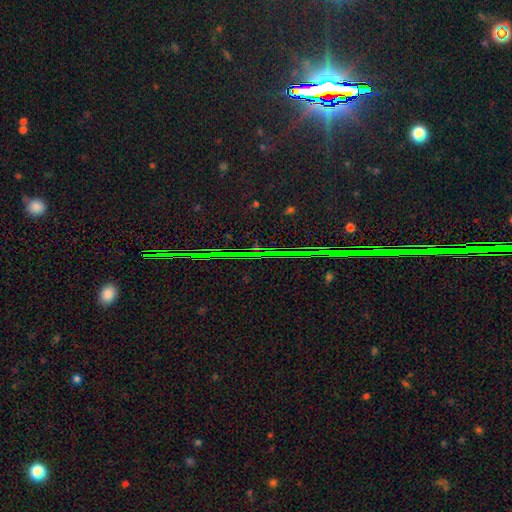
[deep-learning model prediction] This is clearly a star or artifact rather than a galaxy (87%).